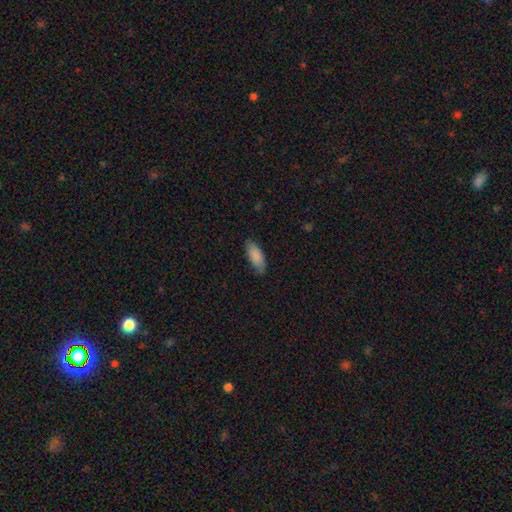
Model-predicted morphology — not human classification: A smooth galaxy with no disk features (88%) that is in between round and cigar-shaped (80%). Merging: none (79%).